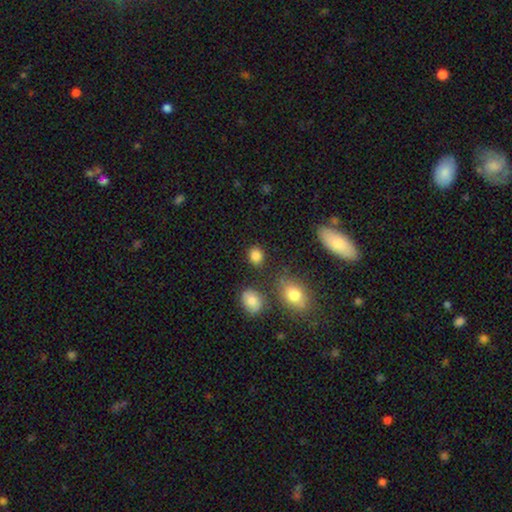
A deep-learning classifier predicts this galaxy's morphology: Smooth or featured? smooth (85%)
How rounded? round (63%)
Merging? none (82%)